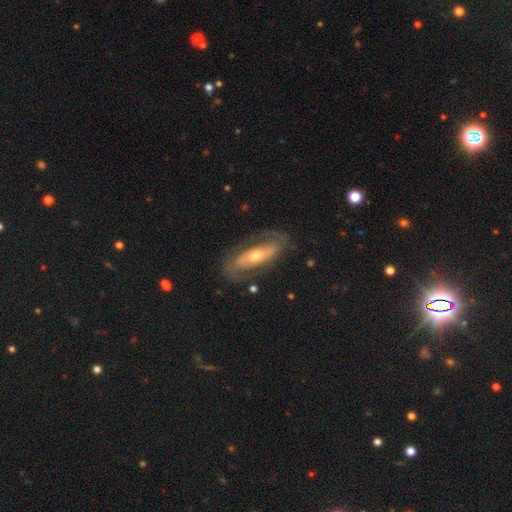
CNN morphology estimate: featured or disk 75%, smooth 19%, star or artifact 6%. Down the decision tree: edge-on disk — no (84%); bar — no (44%); spiral arms — yes (76%); bulge size — moderate (59%); merging — none (75%).